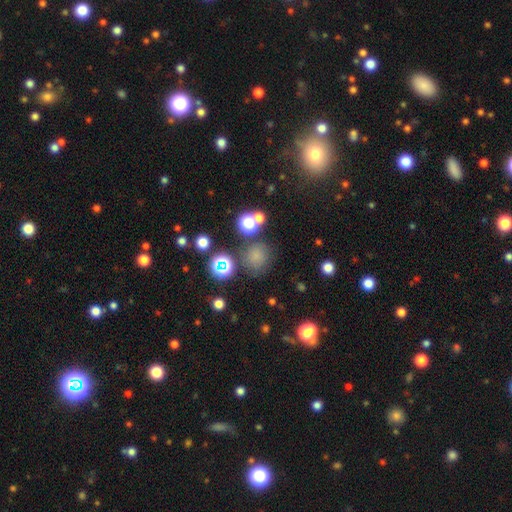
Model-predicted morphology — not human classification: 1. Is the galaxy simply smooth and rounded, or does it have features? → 66% smooth, 25% star or artifact, 8% featured or disk.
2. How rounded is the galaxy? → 87% round, 12% in between, 1% cigar-shaped.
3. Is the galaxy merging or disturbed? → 70% none, 15% minor disturbance, 9% merger, 7% major disturbance.